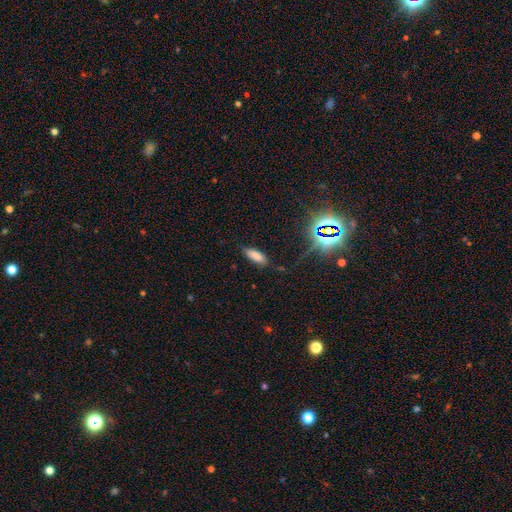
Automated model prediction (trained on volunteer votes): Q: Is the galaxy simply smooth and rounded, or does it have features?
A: smooth — 79%.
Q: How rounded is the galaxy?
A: in between — 70%.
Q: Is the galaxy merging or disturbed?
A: none — 79%.